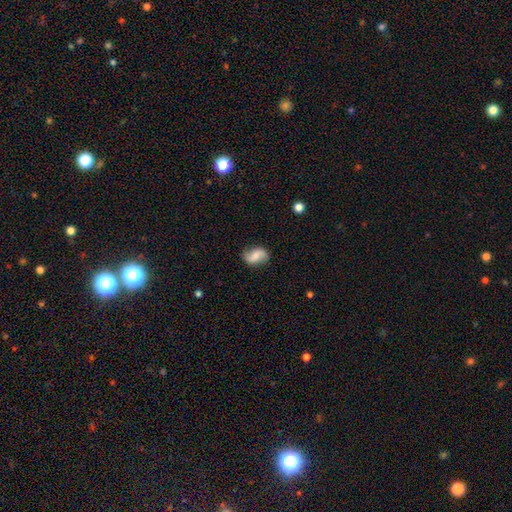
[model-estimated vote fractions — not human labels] A featured or disk galaxy (53%) with no bar (47%), spiral arms (91%) and a small central bulge (38%).

Vote fractions:
- Smooth or featured? featured or disk: 53% / smooth: 39% / star or artifact: 8%
- Edge-on disk? no: 97% / yes: 3%
- Bar? no: 47% / weak: 38% / strong: 15%
- Spiral arms? yes: 91% / no: 9%
- Bulge size? small: 38% / moderate: 35% / none: 18% / large: 6% / dominant: 2%
- Merging? none: 79% / minor disturbance: 16% / major disturbance: 4% / merger: 2%